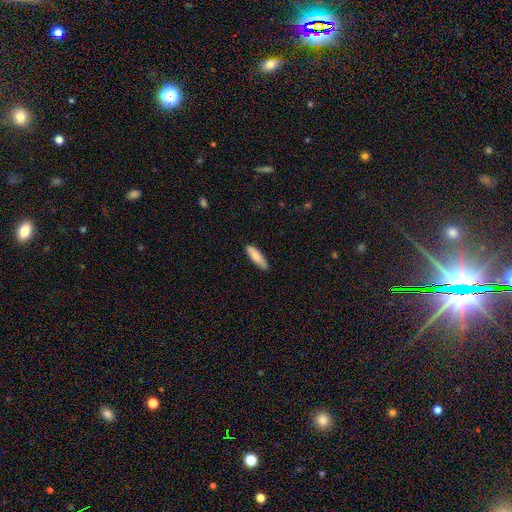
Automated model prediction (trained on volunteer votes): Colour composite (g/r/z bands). It shows a smooth galaxy with no disk features (84%) that is cigar-shaped (62%). Merging: none (84%).